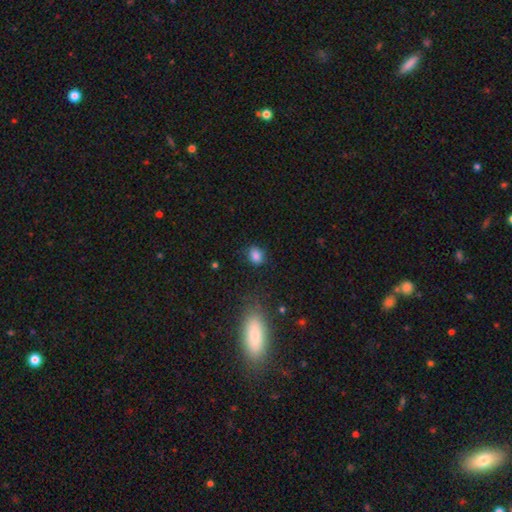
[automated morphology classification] The model was most divided on "how rounded": in between: 50%, round: 49%, cigar-shaped: 1%. More confident: smooth or featured — smooth (84%); merging — none (78%).